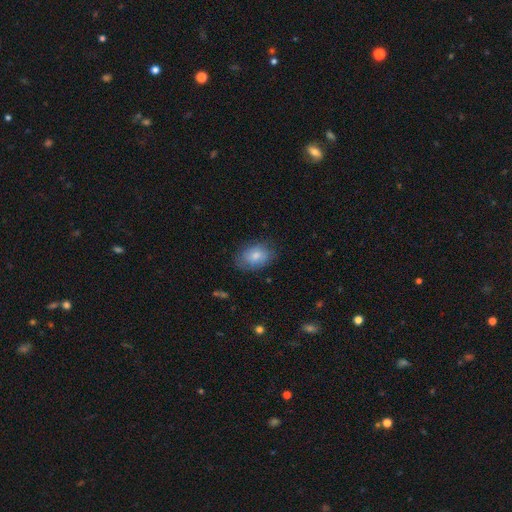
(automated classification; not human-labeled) A smooth galaxy with no disk features (77%) that is in between round and cigar-shaped (79%).

Vote fractions:
- Smooth or featured? smooth: 77% / featured or disk: 16% / star or artifact: 7%
- How rounded? in between: 79% / round: 19% / cigar-shaped: 1%
- Merging? none: 75% / minor disturbance: 19% / major disturbance: 5% / merger: 1%